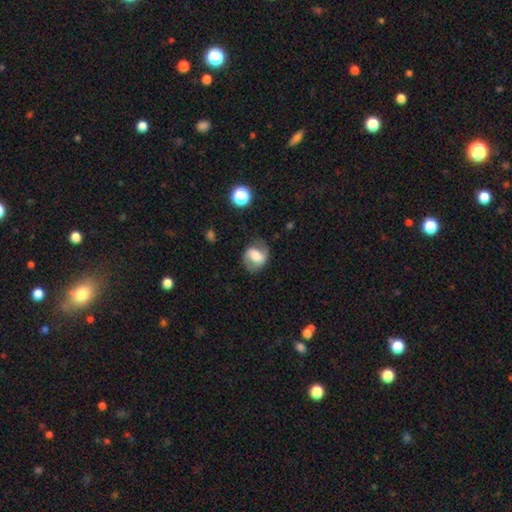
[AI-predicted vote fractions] smooth-or-featured: featured or disk: 57% | smooth: 35% | star or artifact: 8%
  disk-edge-on: no: 96% | yes: 4%
    bar: weak: 40% | strong: 37% | no: 23%
    has-spiral-arms: yes: 79% | no: 21%
    bulge-size: moderate: 46% | large: 28% | small: 18% | none: 5% | dominant: 4%
  merging: none: 69% | minor disturbance: 19% | major disturbance: 10% | merger: 2%